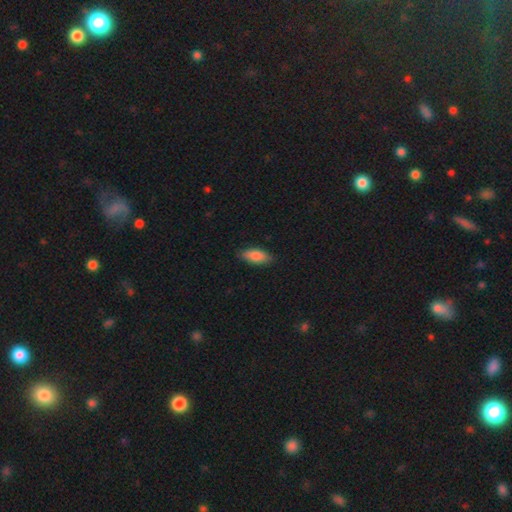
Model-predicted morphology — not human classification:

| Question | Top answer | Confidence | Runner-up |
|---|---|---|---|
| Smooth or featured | smooth | 84% | featured or disk (10%) |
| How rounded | in between | 82% | cigar-shaped (16%) |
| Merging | none | 87% | minor disturbance (10%) |